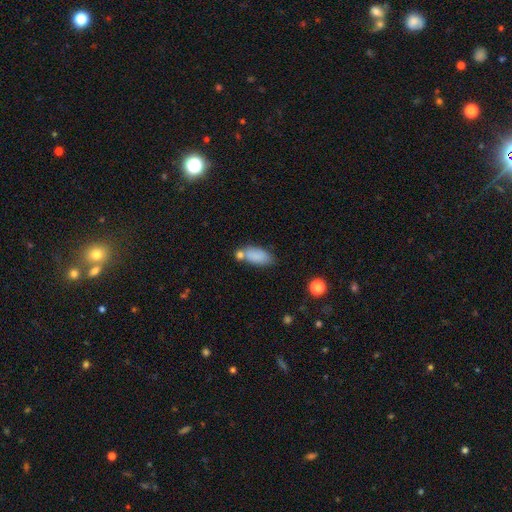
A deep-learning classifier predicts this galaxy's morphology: A smooth galaxy with no disk features (83%) that is in between round and cigar-shaped (87%). Merging: none (52%).